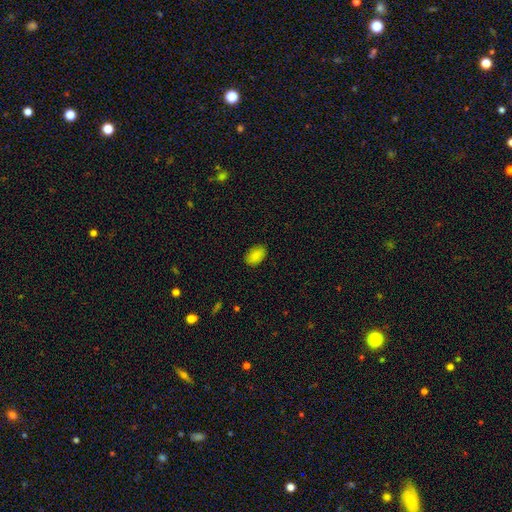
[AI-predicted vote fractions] Q: Smooth or featured?
A: smooth (87%); runner-up: star or artifact (8%)
Q: How rounded?
A: in between (91%); runner-up: round (8%)
Q: Merging?
A: none (87%); runner-up: minor disturbance (9%)